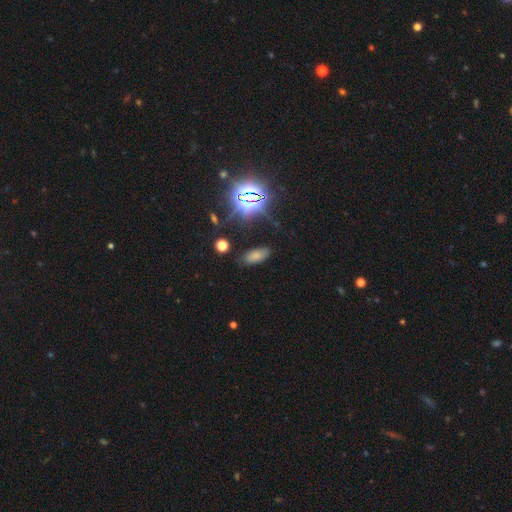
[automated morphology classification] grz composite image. It shows a smooth galaxy with no disk features (65%) that is in between round and cigar-shaped (85%). Merging: none (82%).